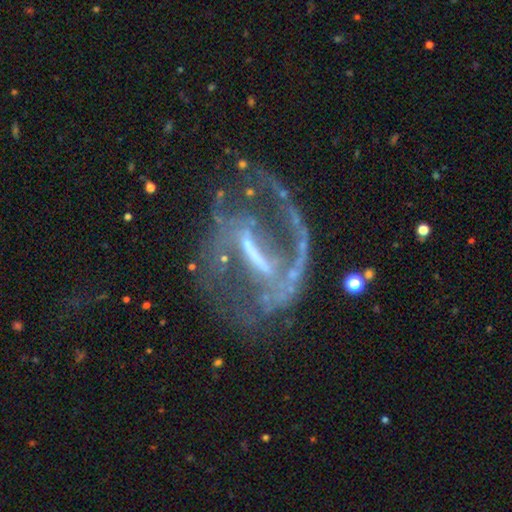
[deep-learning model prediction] Smooth or featured? Predicted: featured or disk (p=0.85). Edge-on disk? Predicted: no (p=0.96). Bar? Predicted: strong (p=0.66). Spiral arms? Predicted: yes (p=0.79). Spiral winding? Predicted: loose (p=0.46). Spiral arm count? Predicted: 2 (p=0.65). Bulge size? Predicted: none (p=0.36). Merging? Predicted: none (p=0.45).